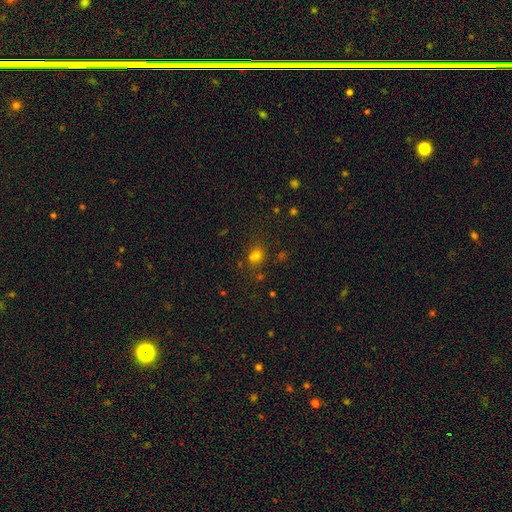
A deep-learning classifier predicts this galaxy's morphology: A smooth galaxy with no disk features (66%) that is round (57%).

Vote fractions:
- Smooth or featured? smooth: 66% / star or artifact: 25% / featured or disk: 9%
- How rounded? round: 57% / in between: 41% / cigar-shaped: 1%
- Merging? none: 60% / merger: 20% / minor disturbance: 15% / major disturbance: 6%